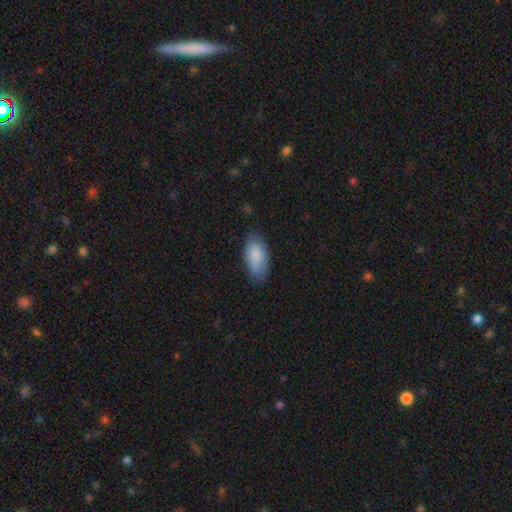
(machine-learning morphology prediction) A smooth galaxy with no disk features (84%) that is in between round and cigar-shaped (93%). Merging: none (69%).